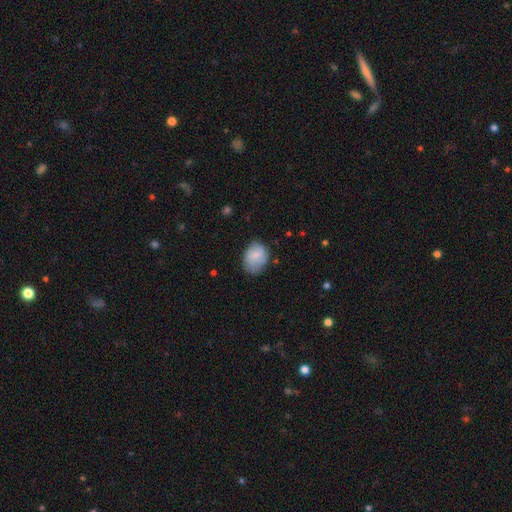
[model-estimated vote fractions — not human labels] Morphology: type=smooth (73%); roundness=in between (65%); merging=none (60%).